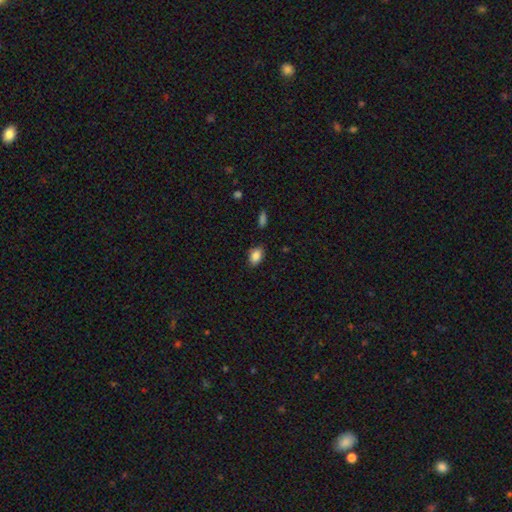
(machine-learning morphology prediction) type=smooth (86%); roundness=in between (87%); merging=none (82%).